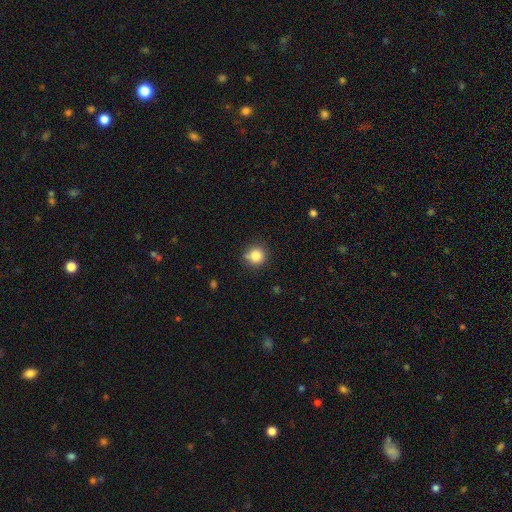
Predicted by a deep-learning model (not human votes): smooth-or-featured: smooth: 84% | star or artifact: 11% | featured or disk: 5%
  how-rounded: round: 92% | in between: 7% | cigar-shaped: 1%
  merging: none: 77% | minor disturbance: 15% | merger: 4% | major disturbance: 3%